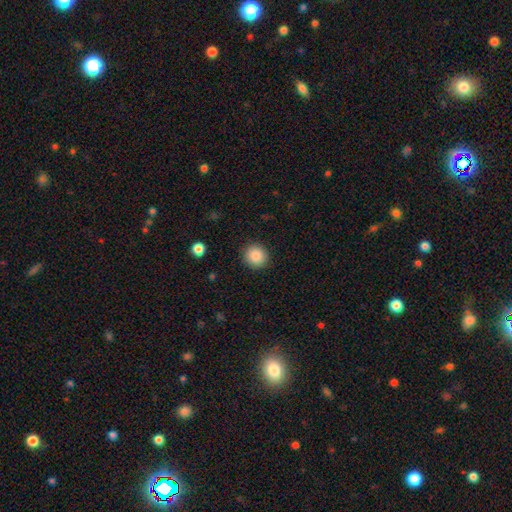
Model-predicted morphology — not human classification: The model was most divided on "smooth or featured": smooth: 88%, star or artifact: 9%, featured or disk: 4%. More confident: merging — none (91%); how rounded — round (91%).